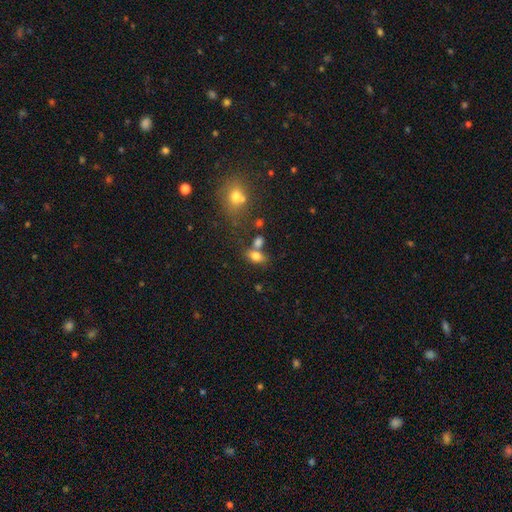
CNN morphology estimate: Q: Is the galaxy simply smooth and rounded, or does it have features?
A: smooth — 76%.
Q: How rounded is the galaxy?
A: in between — 80%.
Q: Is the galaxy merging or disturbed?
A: none — 48%.